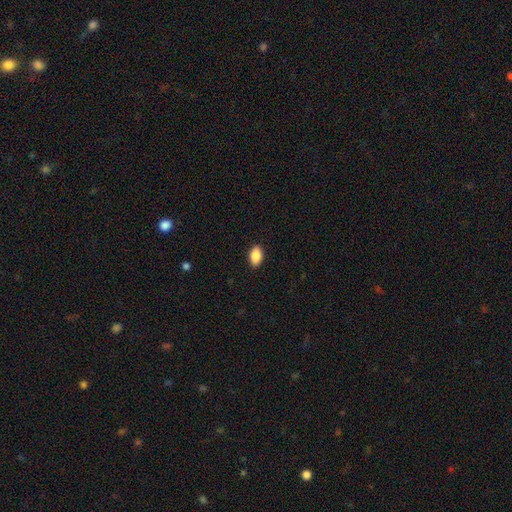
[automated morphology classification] Overall: smooth (89%). How rounded: in between (92%). Merging: none (90%).